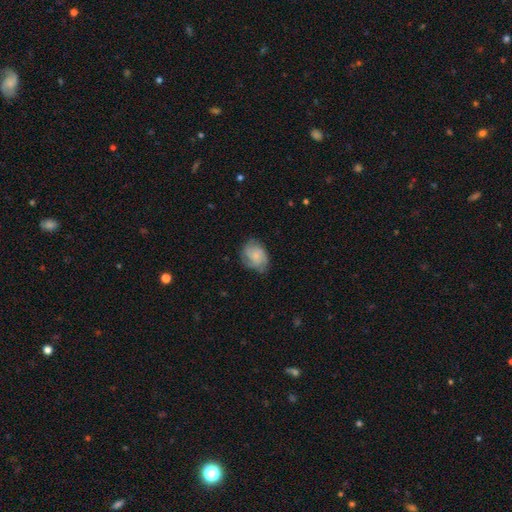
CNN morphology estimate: This is likely a featured or disk galaxy (66%). It is clearly not viewed edge-on (98%). Bar: likely no (72%). Spiral arm pattern: clearly yes (94%). Spiral arm count: marginally 3 (42%). Spiral winding: possibly tight (49%). Central bulge: possibly small (54%). Merging: likely none (71%).